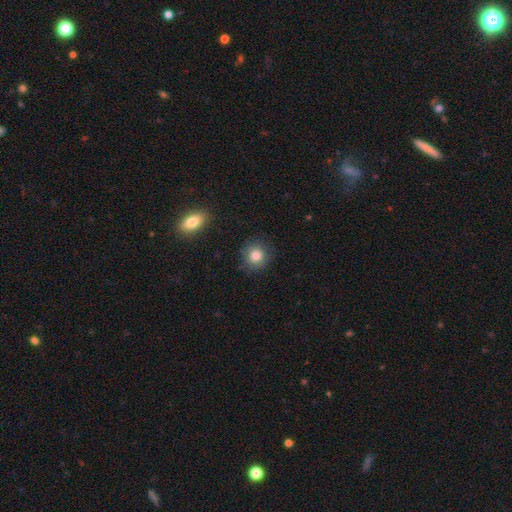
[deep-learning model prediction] Smooth or featured? Predicted: smooth (p=0.82). How rounded? Predicted: round (p=0.88). Merging? Predicted: none (p=0.84).